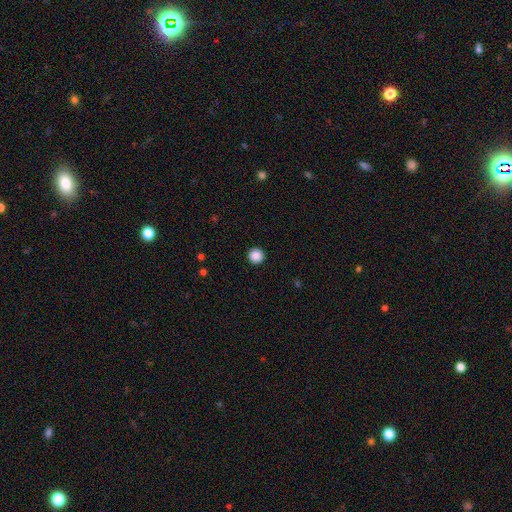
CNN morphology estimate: Smooth or featured?
  - smooth: 88% *
  - star or artifact: 10%
  - featured or disk: 2%
How rounded?
  - round: 96% *
  - in between: 3%
  - cigar-shaped: 1%
Merging?
  - none: 94% *
  - minor disturbance: 4%
  - major disturbance: 2%
  - merger: 1%